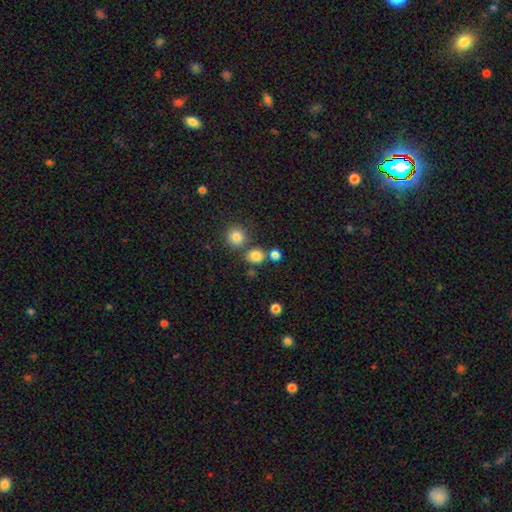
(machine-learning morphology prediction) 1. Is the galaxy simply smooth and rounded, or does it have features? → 80% smooth, 14% star or artifact, 6% featured or disk.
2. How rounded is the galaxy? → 81% round, 18% in between, 1% cigar-shaped.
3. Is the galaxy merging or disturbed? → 70% none, 18% merger, 8% minor disturbance, 3% major disturbance.